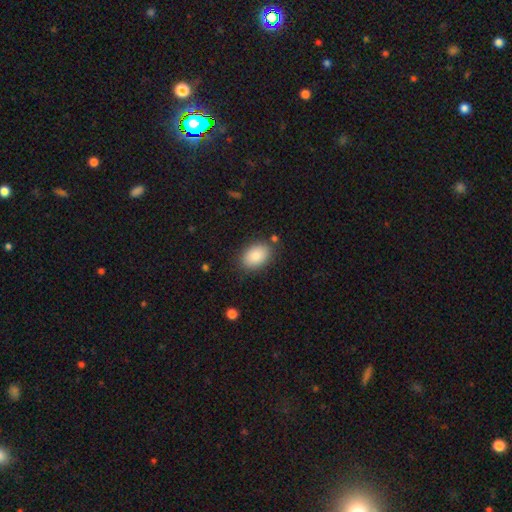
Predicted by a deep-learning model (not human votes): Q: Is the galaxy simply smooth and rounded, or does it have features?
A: smooth — 87%.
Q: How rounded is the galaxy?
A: in between — 87%.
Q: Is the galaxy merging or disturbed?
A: none — 83%.